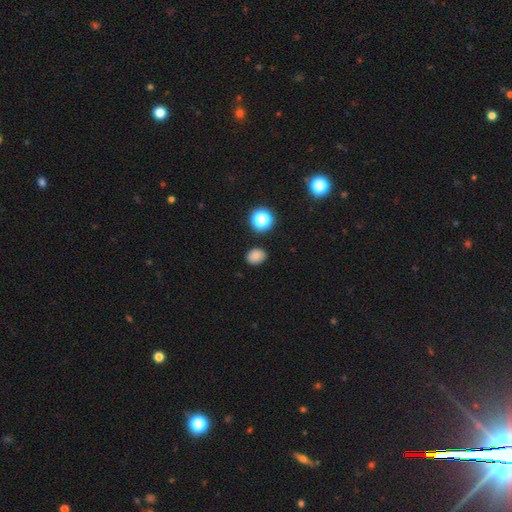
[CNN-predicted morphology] type=smooth (81%); roundness=in between (55%); merging=none (85%).